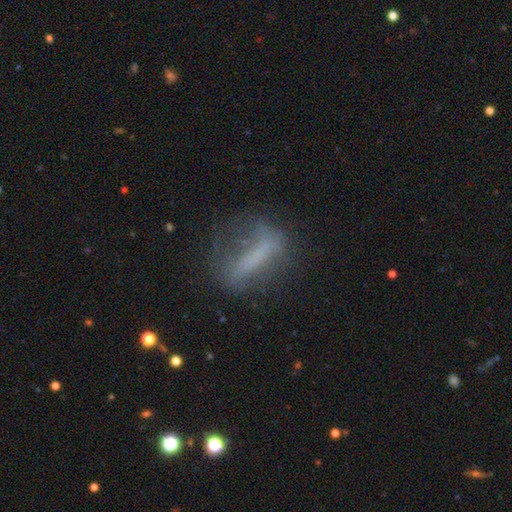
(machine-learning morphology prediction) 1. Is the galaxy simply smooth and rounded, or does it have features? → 45% smooth, 40% featured or disk, 15% star or artifact.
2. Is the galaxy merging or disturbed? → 52% none, 23% major disturbance, 22% minor disturbance, 3% merger.